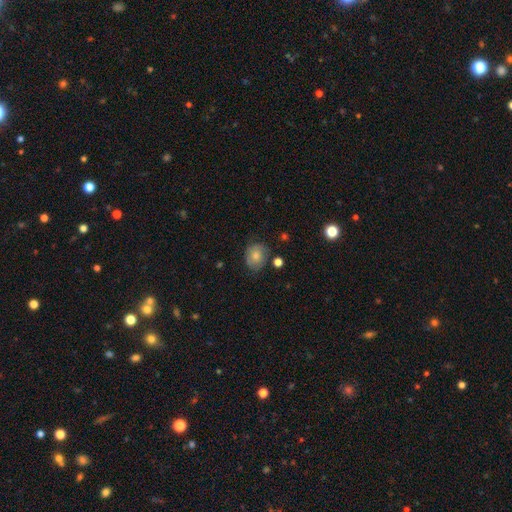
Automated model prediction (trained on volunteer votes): smooth-or-featured: smooth: 73% | featured or disk: 18% | star or artifact: 9%
  how-rounded: round: 61% | in between: 38% | cigar-shaped: 1%
  merging: none: 70% | minor disturbance: 21% | major disturbance: 6% | merger: 3%